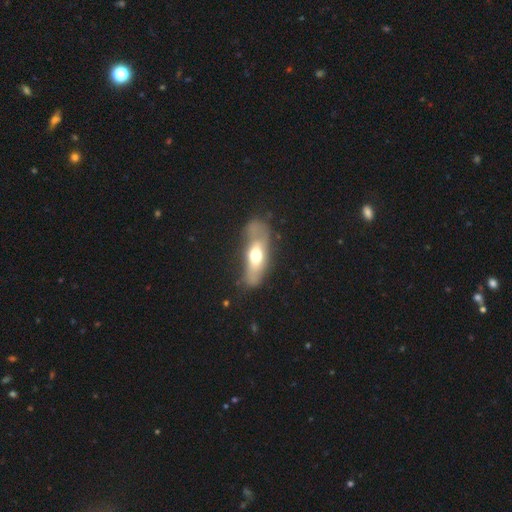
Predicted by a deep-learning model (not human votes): Smooth or featured: smooth — 48% (featured or disk — 45%)
Merging: none — 54% (minor disturbance — 25%)